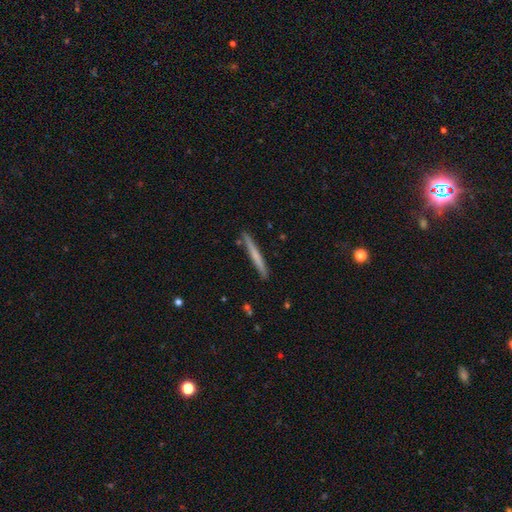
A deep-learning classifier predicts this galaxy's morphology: type=smooth (55%); roundness=cigar-shaped (97%); merging=none (89%).